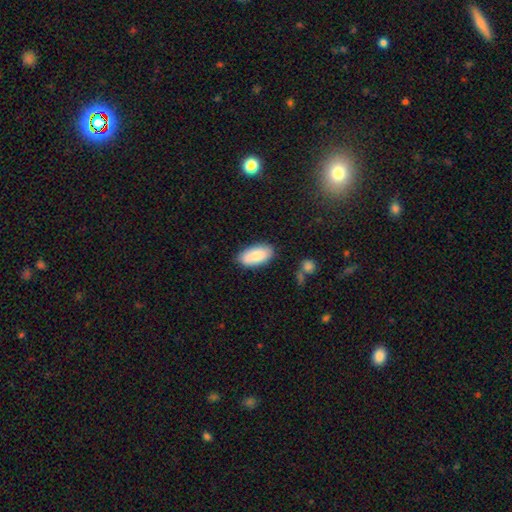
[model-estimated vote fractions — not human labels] Smooth or featured?
  - smooth: 85% *
  - featured or disk: 9%
  - star or artifact: 6%
How rounded?
  - in between: 93% *
  - cigar-shaped: 4%
  - round: 2%
Merging?
  - none: 84% *
  - minor disturbance: 12%
  - major disturbance: 3%
  - merger: 2%